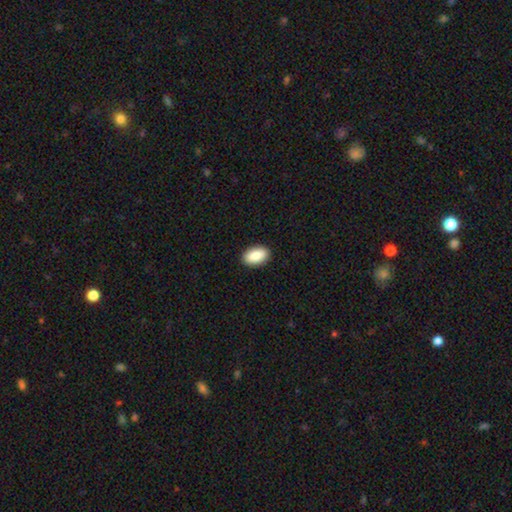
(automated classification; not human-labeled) smooth 89%, star or artifact 6%, featured or disk 4%. Down the decision tree: how rounded — in between (94%); merging — none (91%).